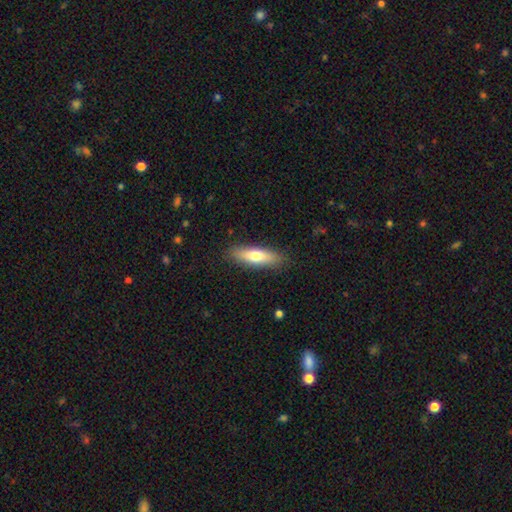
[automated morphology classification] smooth_or_featured: smooth (p=0.68) [alt: featured or disk p=0.26]
how_rounded: cigar-shaped (p=0.57) [alt: in between p=0.41]
merging: none (p=0.87) [alt: minor disturbance p=0.09]